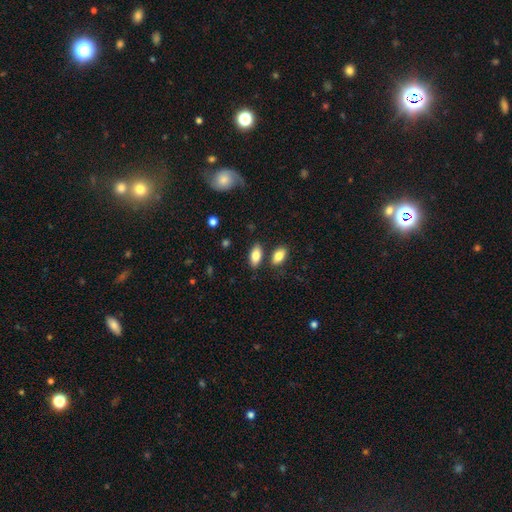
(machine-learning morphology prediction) Overall: smooth (83%). How rounded: in between (90%). Merging: none (78%).